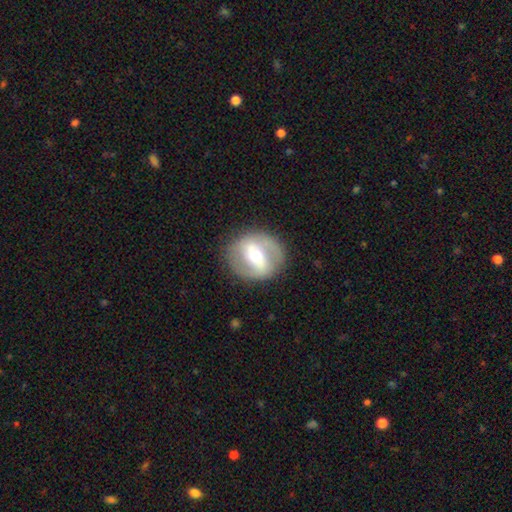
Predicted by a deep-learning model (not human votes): Smooth or featured? featured or disk (69%)
Edge-on disk? no (94%)
Bar? strong (51%)
Spiral arms? yes (59%)
Bulge size? moderate (68%)
Merging? none (84%)